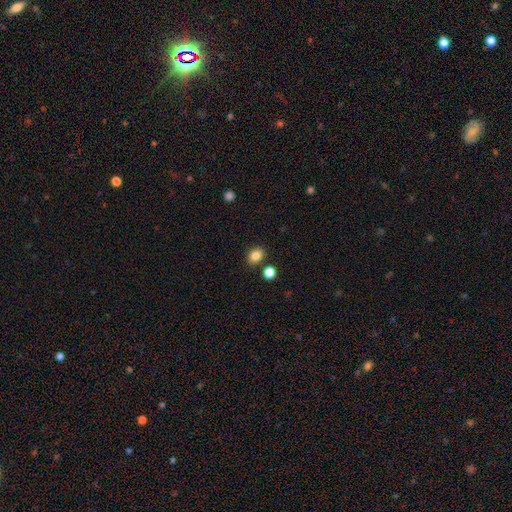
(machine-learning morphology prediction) This appears to be a smooth galaxy with no disk features (84%) that is in between round and cigar-shaped (57%). Merging: none (82%).